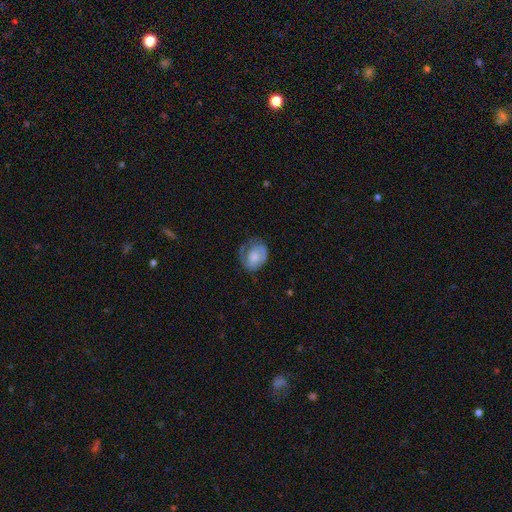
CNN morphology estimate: This is possibly a featured or disk galaxy (51%). It is clearly not viewed edge-on (97%). Merging: possibly none (55%).